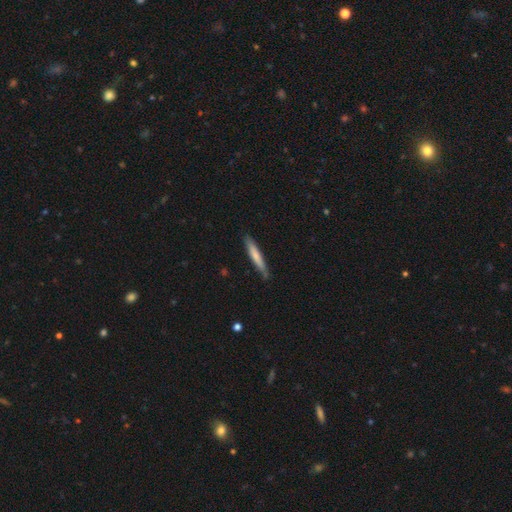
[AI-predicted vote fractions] Morphology: type=smooth (69%); roundness=cigar-shaped (93%); merging=none (80%).